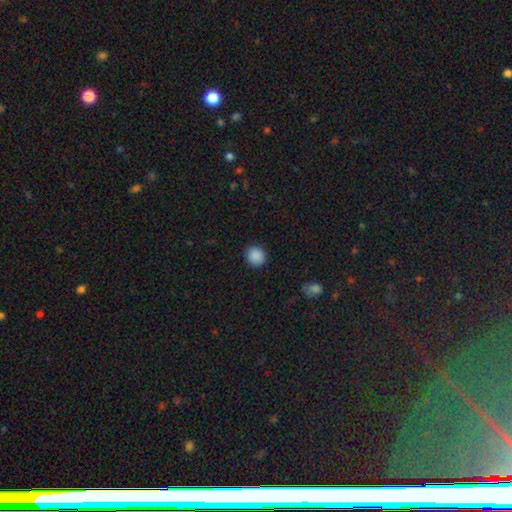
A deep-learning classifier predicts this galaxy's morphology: Overall: smooth (89%). How rounded: round (89%). Merging: none (90%).